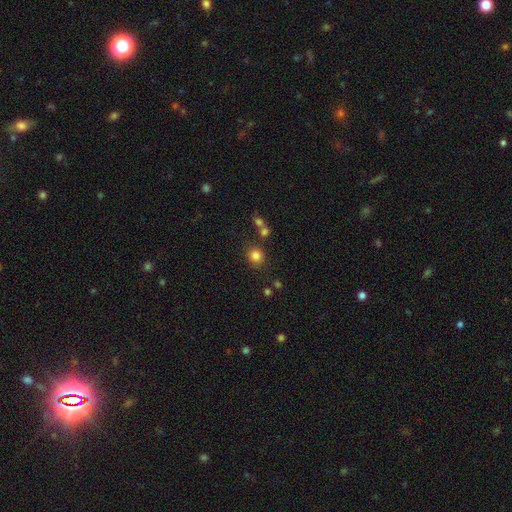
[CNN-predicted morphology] This is clearly a smooth galaxy (82%). How rounded: clearly round (84%). Merging: likely none (78%).